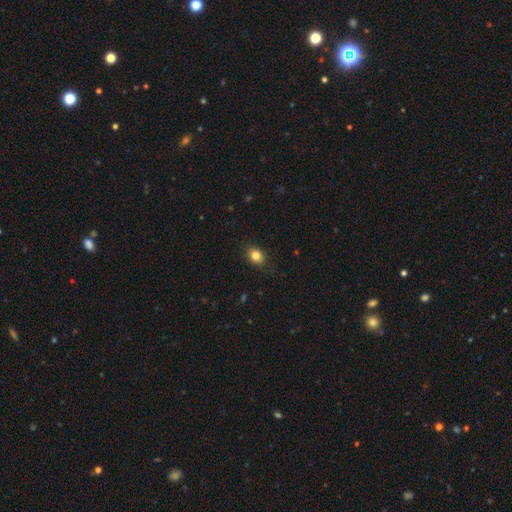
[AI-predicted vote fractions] Q: Smooth or featured?
A: smooth (83%); runner-up: star or artifact (10%)
Q: How rounded?
A: in between (60%); runner-up: round (38%)
Q: Merging?
A: none (84%); runner-up: minor disturbance (12%)